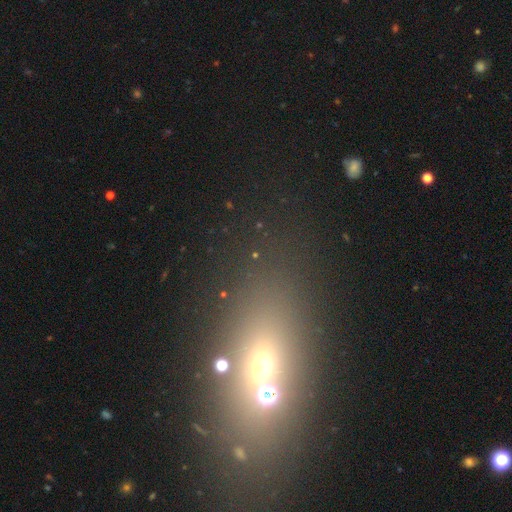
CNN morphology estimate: type=star or artifact (53%).